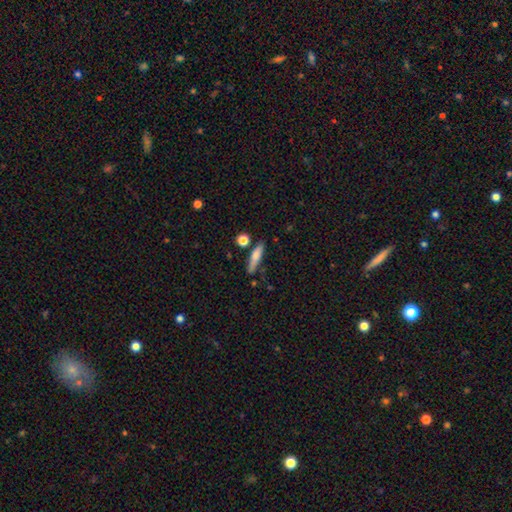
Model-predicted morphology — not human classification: smooth_or_featured: smooth (p=0.64) [alt: featured or disk p=0.29]
how_rounded: cigar-shaped (p=0.80) [alt: in between p=0.17]
merging: none (p=0.74) [alt: minor disturbance p=0.15]